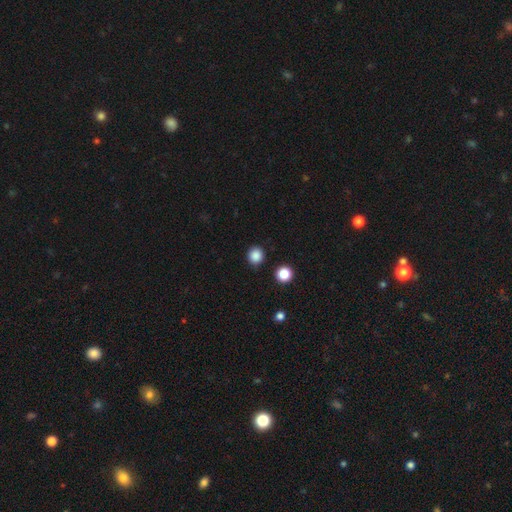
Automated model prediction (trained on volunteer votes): This is clearly a smooth galaxy (86%). How rounded: clearly round (90%). Merging: clearly none (90%).